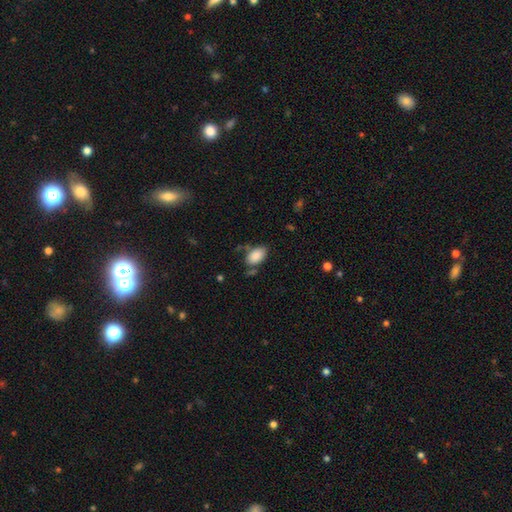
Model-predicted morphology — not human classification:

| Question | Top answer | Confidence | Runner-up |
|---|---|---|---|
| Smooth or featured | smooth | 87% | star or artifact (8%) |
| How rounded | in between | 92% | round (7%) |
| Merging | none | 62% | minor disturbance (22%) |